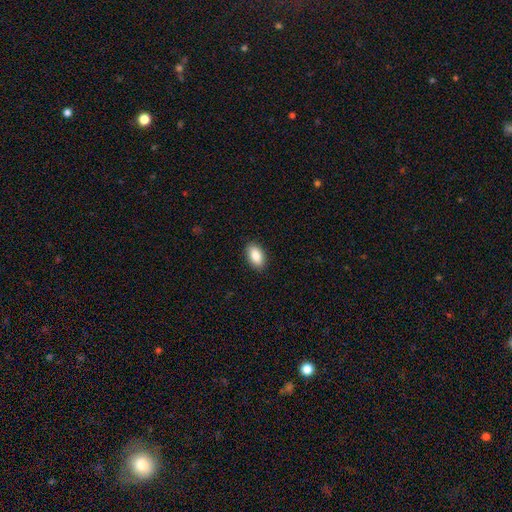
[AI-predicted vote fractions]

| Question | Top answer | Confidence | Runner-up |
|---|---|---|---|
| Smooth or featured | smooth | 89% | star or artifact (7%) |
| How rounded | in between | 94% | round (4%) |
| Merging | none | 89% | minor disturbance (8%) |